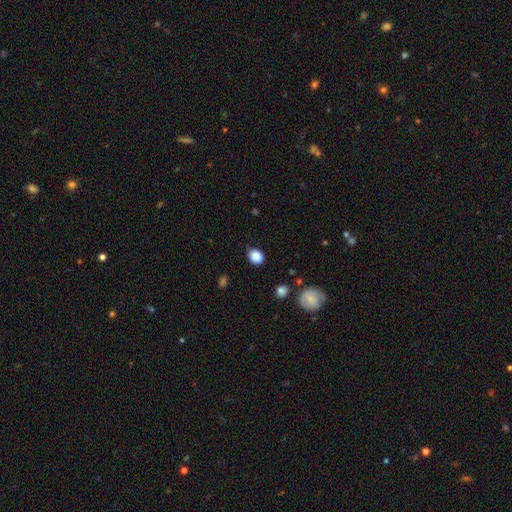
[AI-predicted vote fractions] This appears to be a smooth galaxy with no disk features (87%) that is in between round and cigar-shaped (55%). Merging: none (81%).